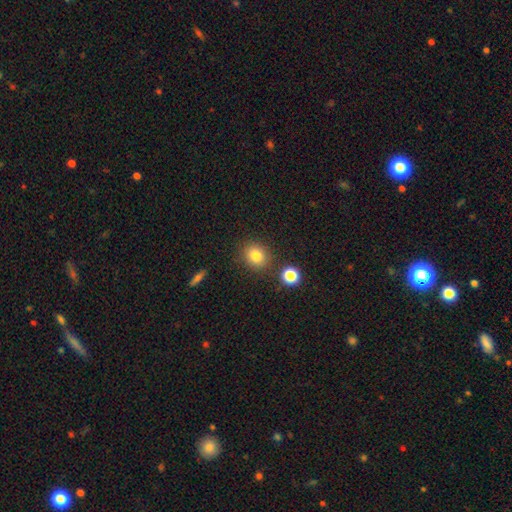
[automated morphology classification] This is clearly a smooth galaxy (81%). How rounded: likely round (76%). Merging: clearly none (84%).